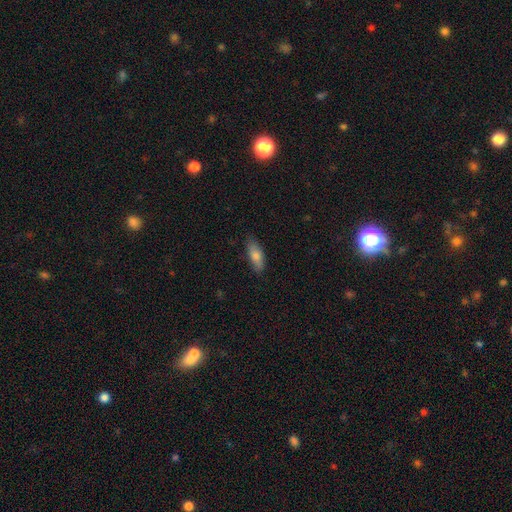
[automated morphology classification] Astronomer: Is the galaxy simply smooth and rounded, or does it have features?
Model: smooth — 78%.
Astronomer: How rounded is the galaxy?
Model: in between — 70%.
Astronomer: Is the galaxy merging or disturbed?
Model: none — 80%.